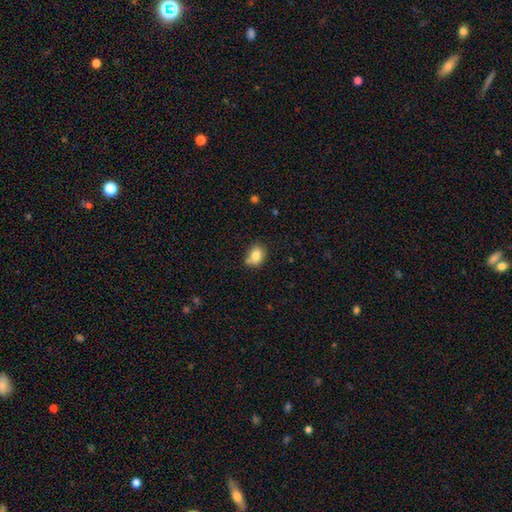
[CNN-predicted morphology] Smooth or featured?
  - smooth: 82% *
  - star or artifact: 9%
  - featured or disk: 9%
How rounded?
  - in between: 59% *
  - round: 40%
  - cigar-shaped: 1%
Merging?
  - none: 61% *
  - minor disturbance: 21%
  - merger: 13%
  - major disturbance: 4%